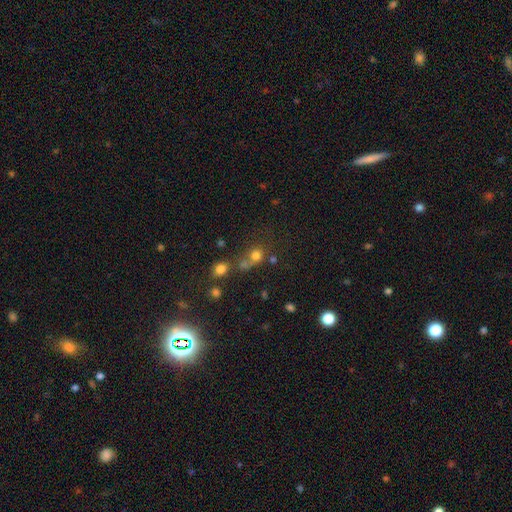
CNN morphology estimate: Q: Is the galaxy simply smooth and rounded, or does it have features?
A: smooth — 71%.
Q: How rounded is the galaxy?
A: round — 83%.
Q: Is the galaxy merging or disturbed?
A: none — 48%.